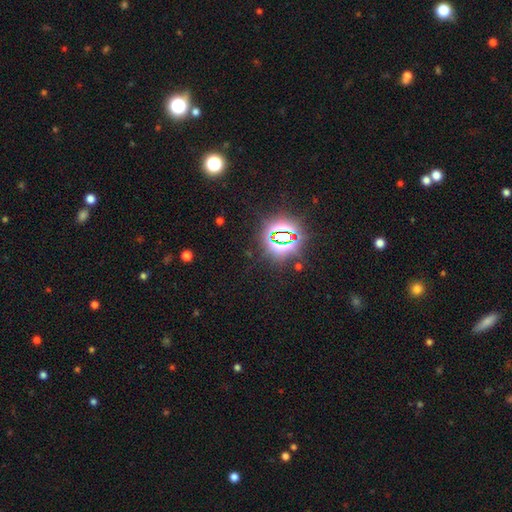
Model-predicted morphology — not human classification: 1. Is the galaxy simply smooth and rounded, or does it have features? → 81% star or artifact, 12% smooth, 7% featured or disk.